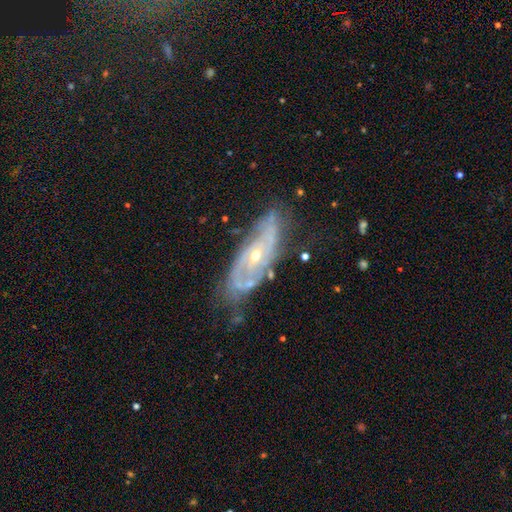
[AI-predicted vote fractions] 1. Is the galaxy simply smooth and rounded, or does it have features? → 84% featured or disk, 10% smooth, 6% star or artifact.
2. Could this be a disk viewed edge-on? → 88% no, 12% yes.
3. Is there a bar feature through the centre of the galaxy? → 67% no, 26% weak, 8% strong.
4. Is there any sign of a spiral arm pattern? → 90% yes, 10% no.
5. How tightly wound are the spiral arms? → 57% tight, 33% medium, 10% loose.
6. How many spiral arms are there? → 43% 2, 33% can't tell, 12% 3, 5% 4, 4% 1, 3% more than 4.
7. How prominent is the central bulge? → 58% small, 39% moderate, 1% large, 1% none, 1% dominant.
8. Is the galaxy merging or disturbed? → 67% none, 23% minor disturbance, 8% major disturbance, 3% merger.